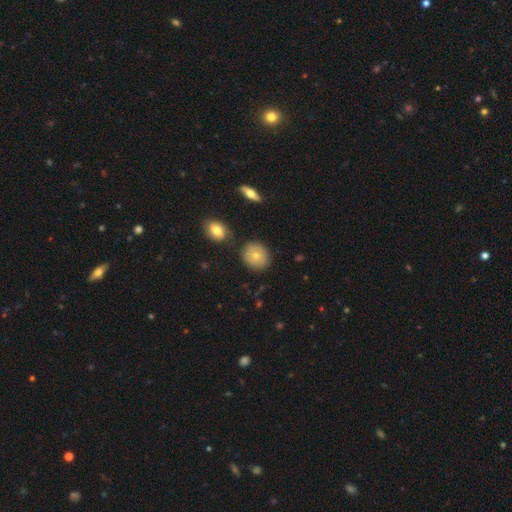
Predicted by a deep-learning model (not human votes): Morphology: type=smooth (70%); roundness=round (76%); merging=none (79%).